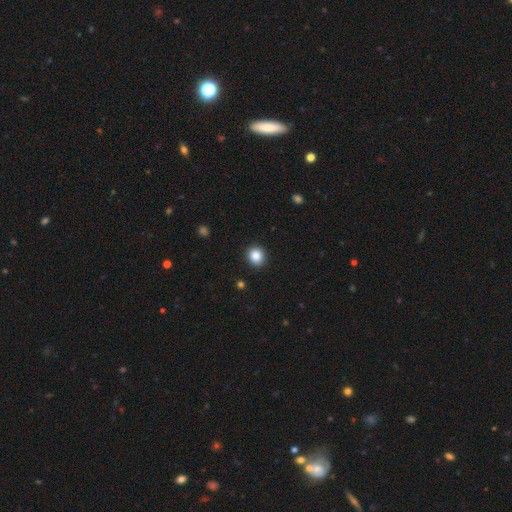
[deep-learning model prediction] smooth-or-featured: smooth: 86% | star or artifact: 10% | featured or disk: 5%
  how-rounded: round: 86% | in between: 13% | cigar-shaped: 1%
  merging: none: 92% | minor disturbance: 5% | major disturbance: 2% | merger: 1%